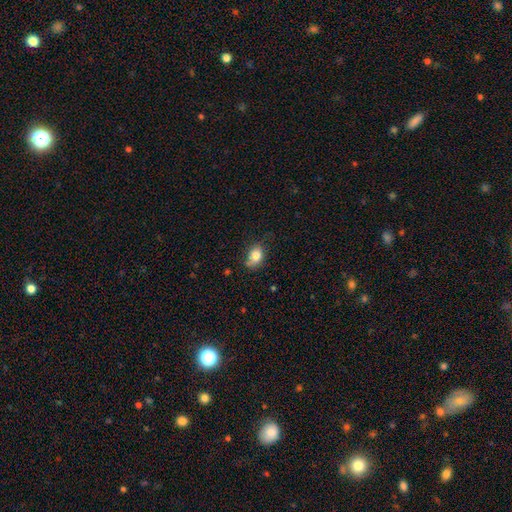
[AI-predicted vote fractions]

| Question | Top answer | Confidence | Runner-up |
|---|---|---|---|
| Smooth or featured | smooth | 82% | star or artifact (9%) |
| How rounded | in between | 64% | round (34%) |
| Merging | none | 61% | minor disturbance (29%) |